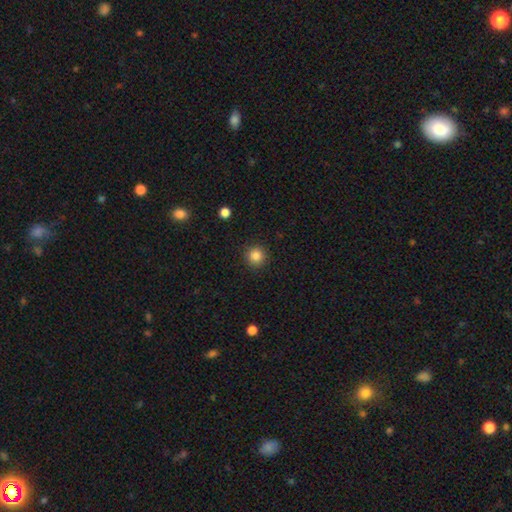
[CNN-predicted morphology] Smooth or featured? Predicted: smooth (p=0.85). How rounded? Predicted: round (p=0.94). Merging? Predicted: none (p=0.91).